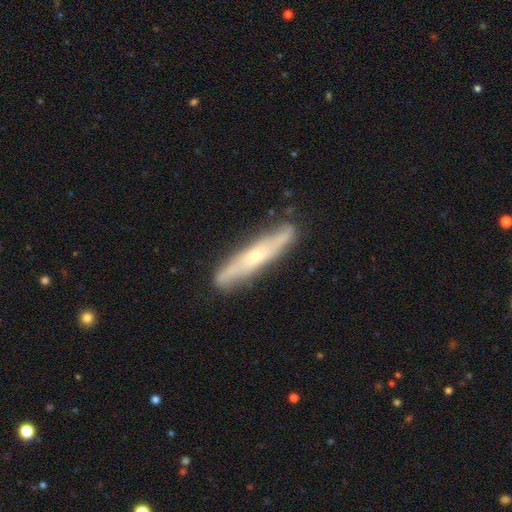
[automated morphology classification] Smooth or featured? Predicted: featured or disk (p=0.59). Edge-on disk? Predicted: yes (p=0.78). Merging? Predicted: none (p=0.81).